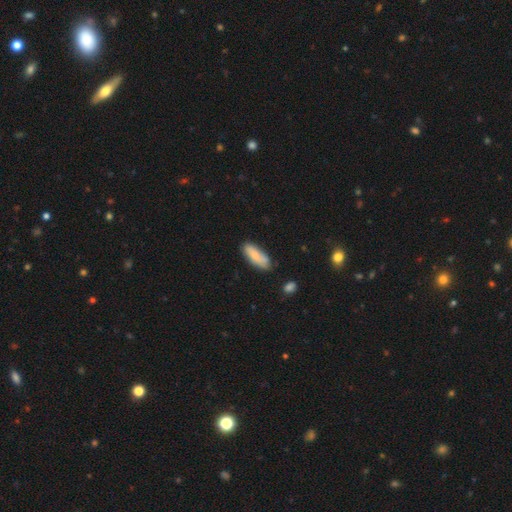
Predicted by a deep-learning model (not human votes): Morphology: type=smooth (82%); roundness=in between (66%); merging=none (74%).